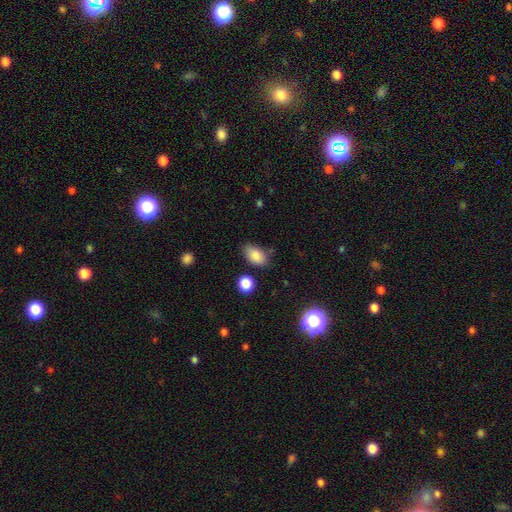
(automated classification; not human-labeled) Smooth or featured? smooth (84%)
How rounded? in between (89%)
Merging? none (73%)